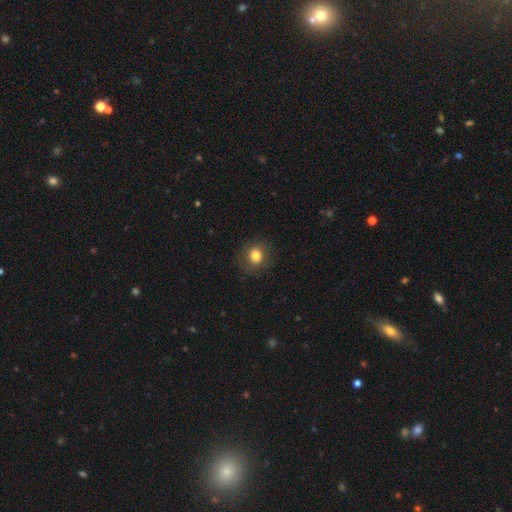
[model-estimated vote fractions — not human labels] This is likely a smooth galaxy (79%). How rounded: likely round (76%). Merging: clearly none (83%).